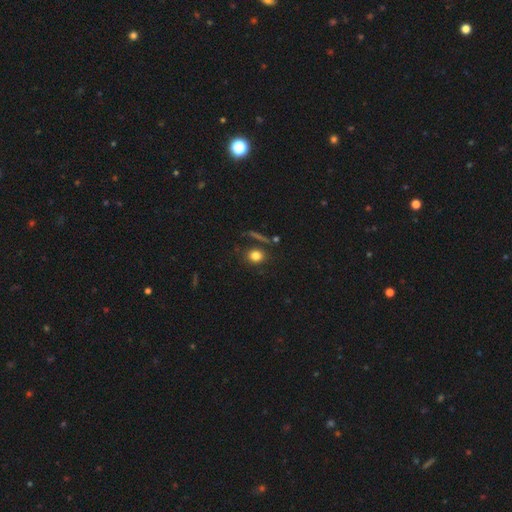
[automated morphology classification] Smooth or featured? Predicted: smooth (p=0.80). How rounded? Predicted: round (p=0.67). Merging? Predicted: none (p=0.77).